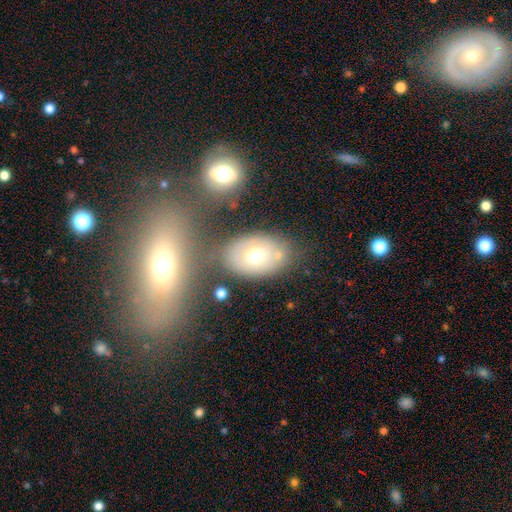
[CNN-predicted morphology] Smooth or featured? smooth (53%)
How rounded? in between (82%)
Merging? none (67%)